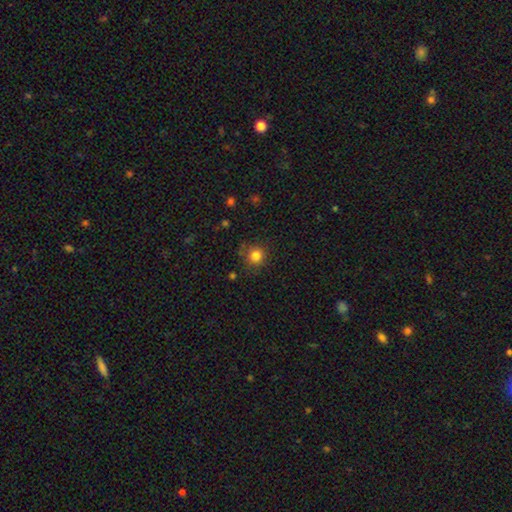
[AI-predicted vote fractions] smooth_or_featured: smooth (p=0.82) [alt: star or artifact p=0.12]
how_rounded: round (p=0.92) [alt: in between p=0.07]
merging: none (p=0.81) [alt: minor disturbance p=0.13]